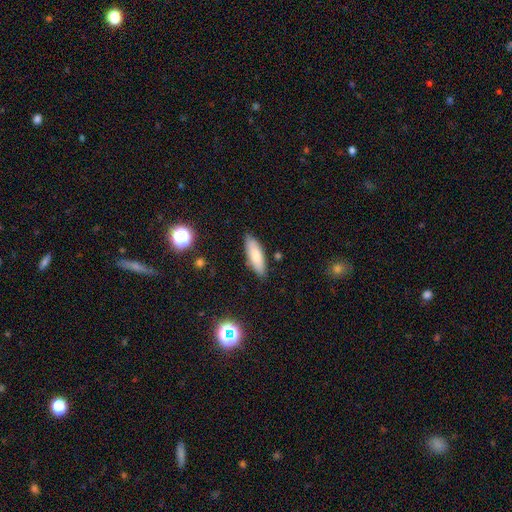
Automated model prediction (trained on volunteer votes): Smooth or featured? smooth (76%)
How rounded? in between (59%)
Merging? none (85%)